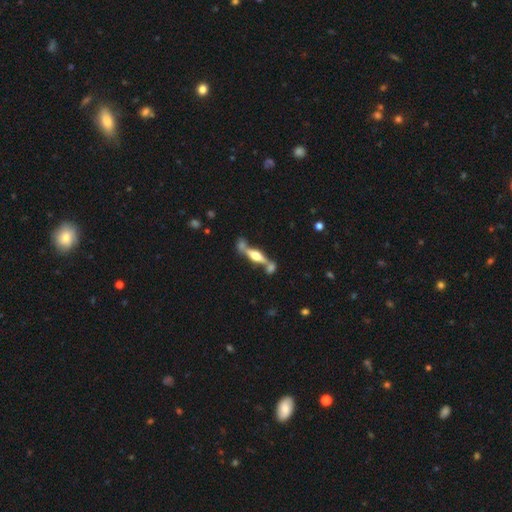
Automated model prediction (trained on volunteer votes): featured or disk 67%, smooth 26%, star or artifact 7%. Down the decision tree: edge-on disk — yes (92%); edge-on bulge — rounded (90%); merging — none (57%).